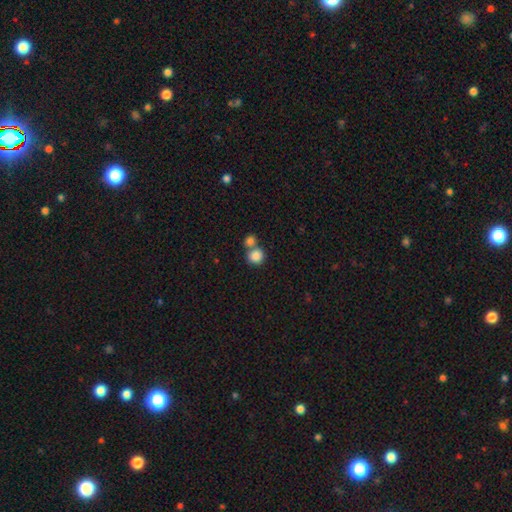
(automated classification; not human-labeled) Morphology: type=smooth (85%); roundness=round (86%); merging=none (47%).